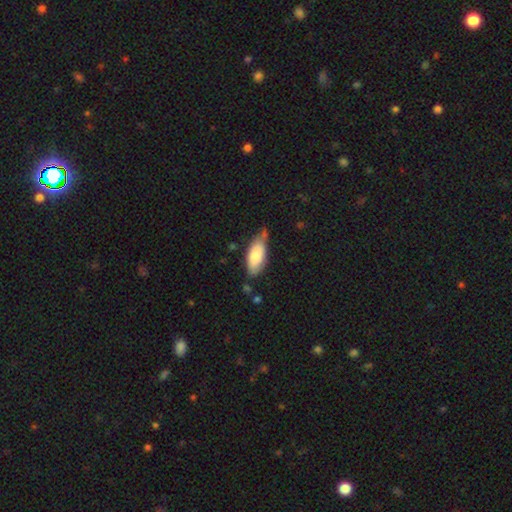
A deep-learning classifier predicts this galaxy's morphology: This is clearly a smooth galaxy (81%). How rounded: clearly in between (83%). Merging: possibly none (56%).